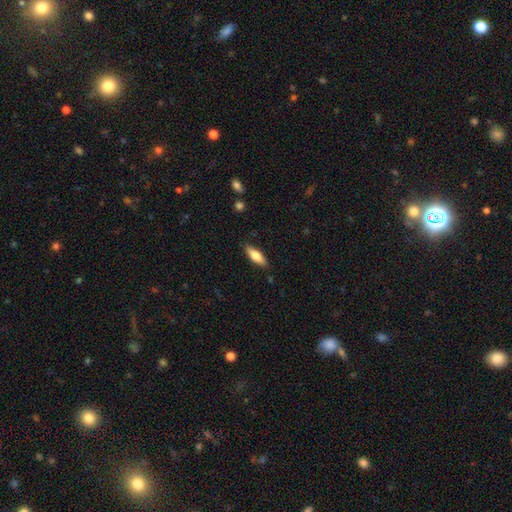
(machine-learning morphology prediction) Q: Smooth or featured?
A: smooth (68%); runner-up: featured or disk (26%)
Q: How rounded?
A: in between (57%); runner-up: cigar-shaped (41%)
Q: Merging?
A: none (86%); runner-up: minor disturbance (11%)